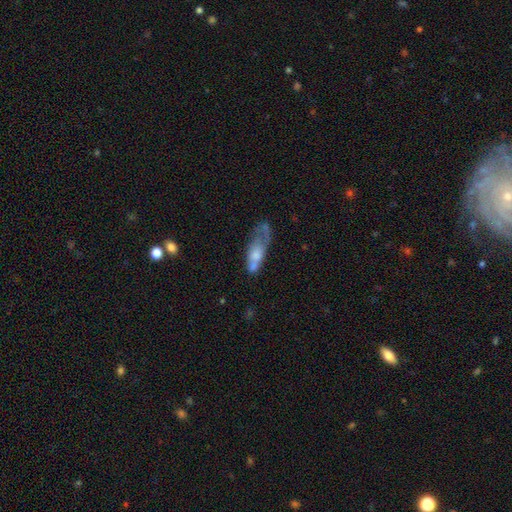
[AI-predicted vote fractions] smooth 55%, featured or disk 37%, star or artifact 8%. Down the decision tree: how rounded — in between (65%); merging — major disturbance (30%).